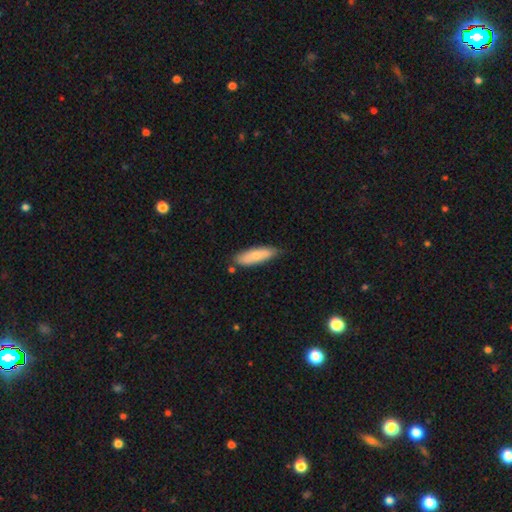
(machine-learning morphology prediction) This appears to be a smooth galaxy with no disk features (75%) that is cigar-shaped (52%). Merging: none (73%).